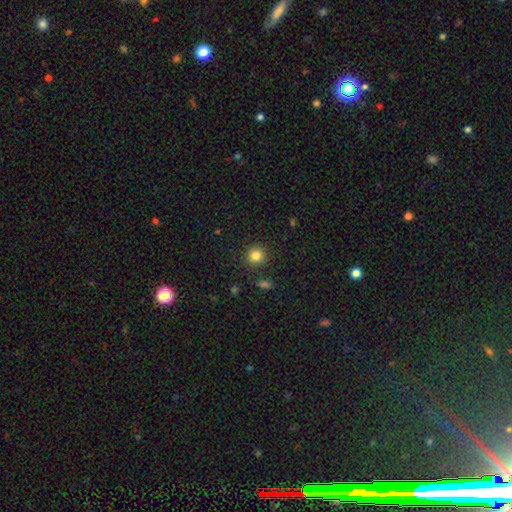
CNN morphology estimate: smooth_or_featured: smooth (p=0.83) [alt: star or artifact p=0.12]
how_rounded: round (p=0.92) [alt: in between p=0.07]
merging: none (p=0.90) [alt: minor disturbance p=0.06]